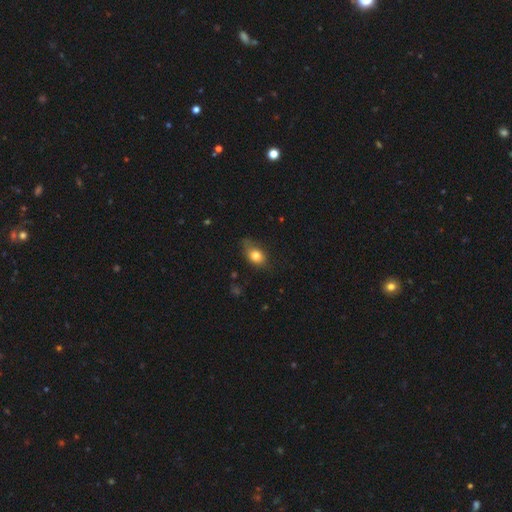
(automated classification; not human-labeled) smooth_or_featured: smooth (p=0.77) [alt: featured or disk p=0.13]
how_rounded: in between (p=0.74) [alt: round p=0.23]
merging: none (p=0.59) [alt: minor disturbance p=0.30]